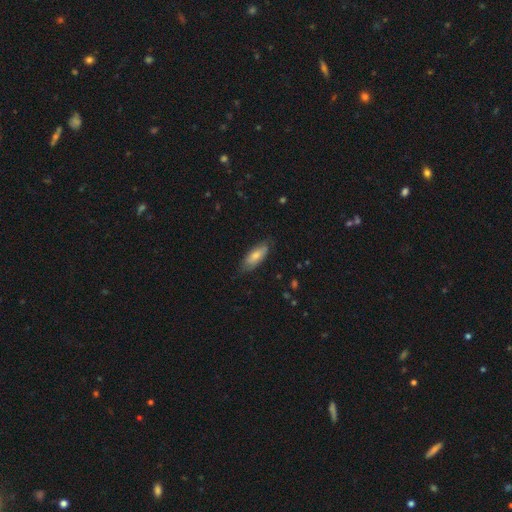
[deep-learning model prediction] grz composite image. It shows a smooth galaxy with no disk features (75%) that is in between round and cigar-shaped (71%). Merging: none (77%).